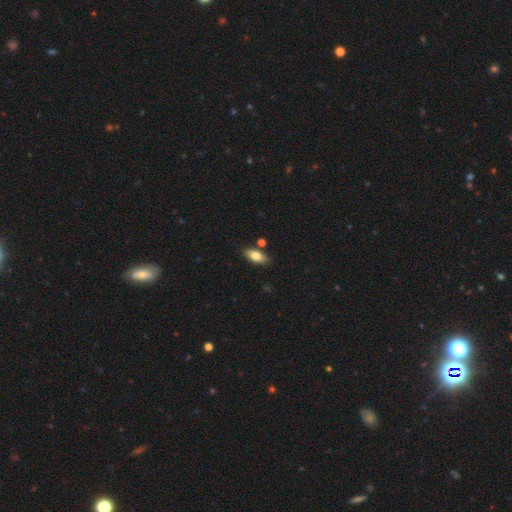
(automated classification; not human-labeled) smooth 79%, featured or disk 14%, star or artifact 7%. Down the decision tree: how rounded — in between (88%); merging — none (81%).